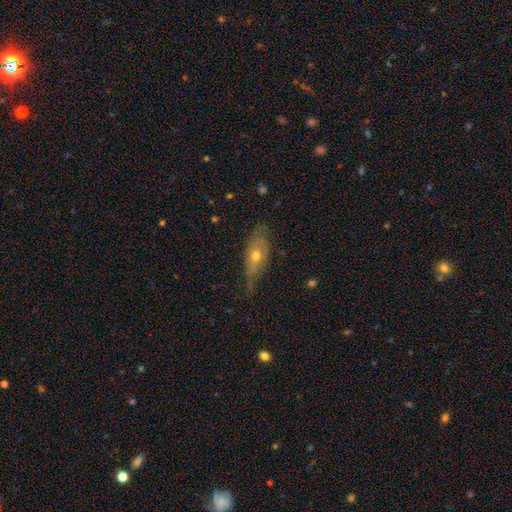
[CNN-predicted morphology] The model was most divided on "edge-on disk": no: 58%, yes: 42%. More confident: merging — none (62%); smooth or featured — featured or disk (57%).